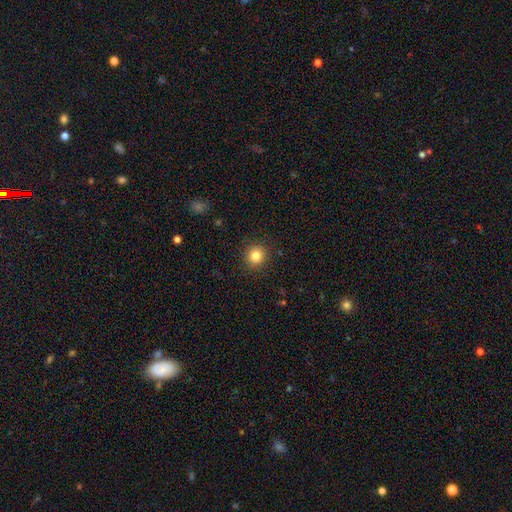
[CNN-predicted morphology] type=smooth (83%); roundness=round (89%); merging=none (90%).